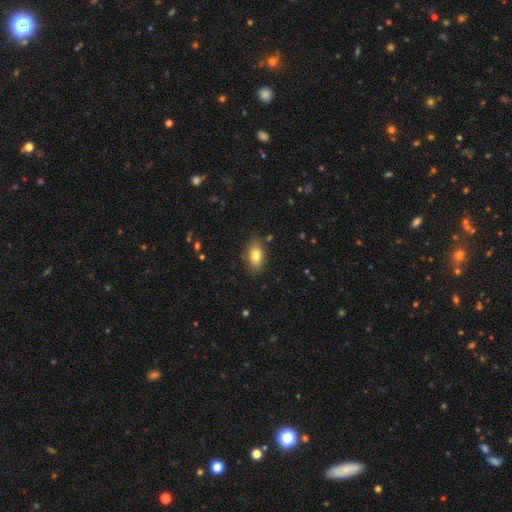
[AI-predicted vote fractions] A smooth galaxy with no disk features (80%) that is in between round and cigar-shaped (88%).

Vote fractions:
- Smooth or featured? smooth: 80% / featured or disk: 12% / star or artifact: 8%
- How rounded? in between: 88% / round: 9% / cigar-shaped: 2%
- Merging? none: 83% / minor disturbance: 13% / major disturbance: 3% / merger: 2%